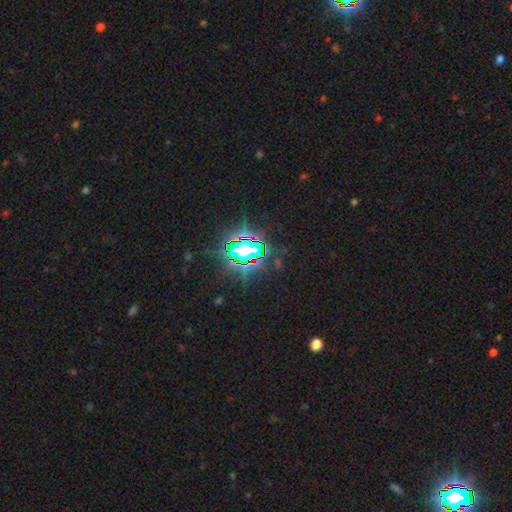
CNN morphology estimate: A star or artifact, not a galaxy (83%).